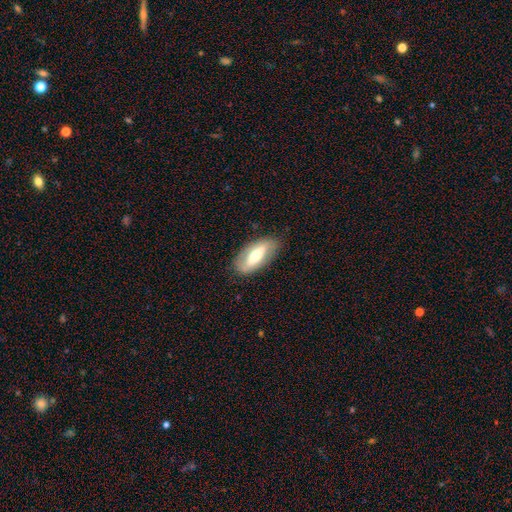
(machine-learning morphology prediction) This is possibly a featured or disk galaxy (47%, tied with smooth). Merging: clearly none (82%).